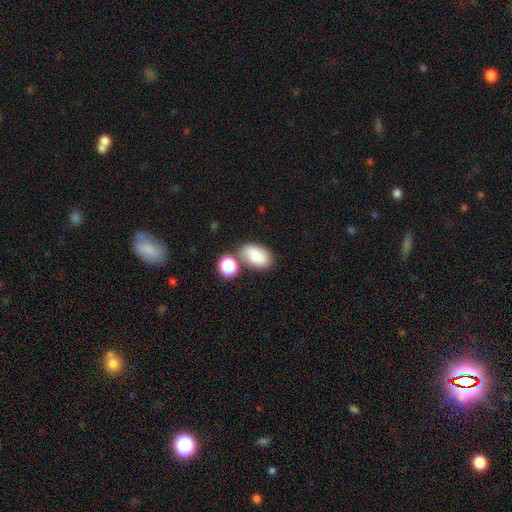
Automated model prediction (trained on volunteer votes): Smooth or featured? smooth (83%)
How rounded? in between (90%)
Merging? none (57%)